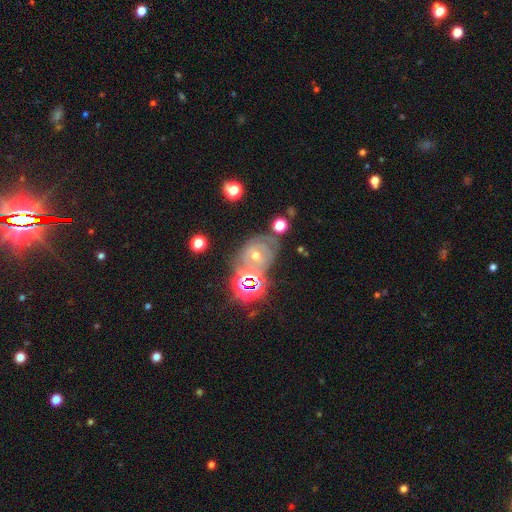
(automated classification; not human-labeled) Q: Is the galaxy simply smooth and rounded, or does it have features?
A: featured or disk — 52%.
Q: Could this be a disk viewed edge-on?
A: no — 96%.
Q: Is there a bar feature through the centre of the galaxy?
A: no — 58%.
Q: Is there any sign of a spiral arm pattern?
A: yes — 83%.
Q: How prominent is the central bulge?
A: moderate — 53%.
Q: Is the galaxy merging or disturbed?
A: none — 60%.